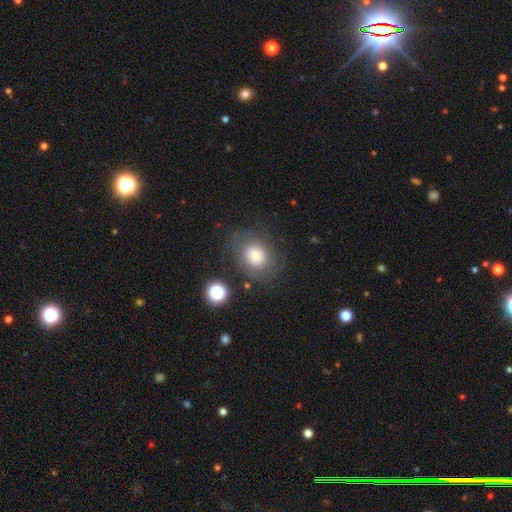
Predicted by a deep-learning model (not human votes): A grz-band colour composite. It shows a smooth galaxy with no disk features (65%) that is round (69%). Merging: none (68%).